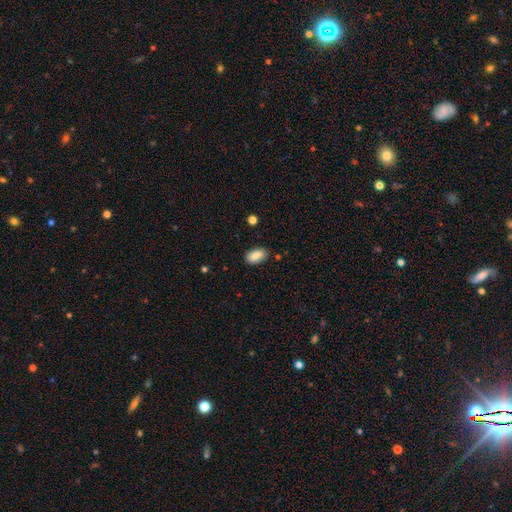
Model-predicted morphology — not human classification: Smooth or featured?
  - smooth: 86% *
  - star or artifact: 7%
  - featured or disk: 7%
How rounded?
  - in between: 92% *
  - round: 4%
  - cigar-shaped: 3%
Merging?
  - none: 81% *
  - minor disturbance: 14%
  - major disturbance: 3%
  - merger: 2%